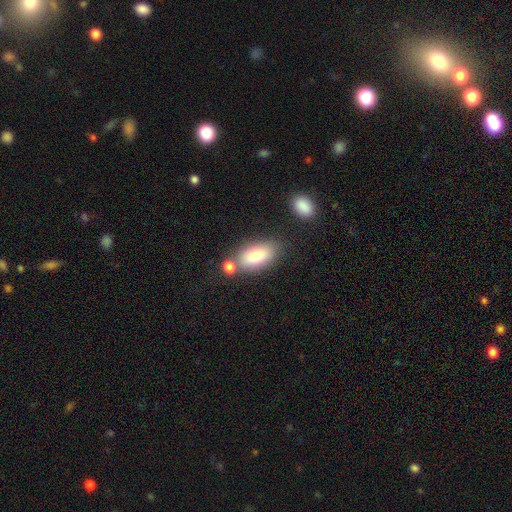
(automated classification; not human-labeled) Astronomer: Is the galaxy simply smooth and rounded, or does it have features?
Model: smooth — 79%.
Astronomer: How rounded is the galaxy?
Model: in between — 91%.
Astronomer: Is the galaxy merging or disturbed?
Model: none — 61%.